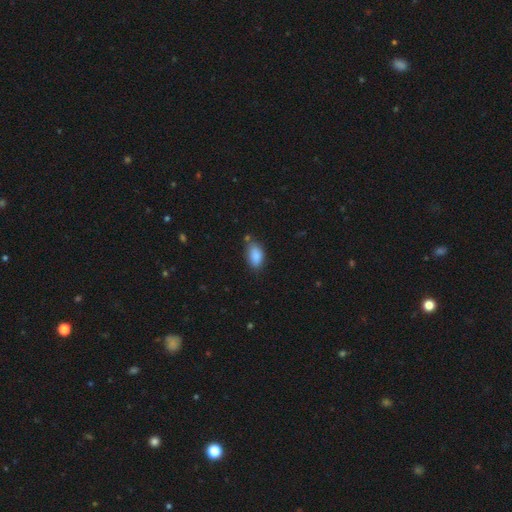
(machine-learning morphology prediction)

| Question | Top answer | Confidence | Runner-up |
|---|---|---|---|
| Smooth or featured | smooth | 88% | star or artifact (7%) |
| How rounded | in between | 92% | round (5%) |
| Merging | none | 70% | minor disturbance (20%) |